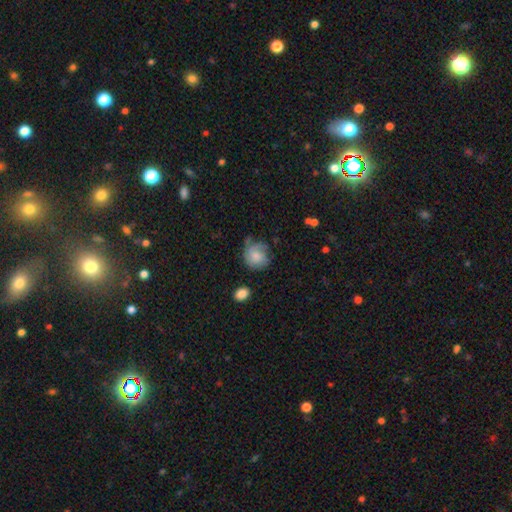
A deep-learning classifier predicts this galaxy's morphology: Smooth or featured?
  - smooth: 68% *
  - featured or disk: 24%
  - star or artifact: 8%
How rounded?
  - round: 81% *
  - in between: 18%
  - cigar-shaped: 1%
Merging?
  - none: 53% *
  - minor disturbance: 30%
  - major disturbance: 13%
  - merger: 3%